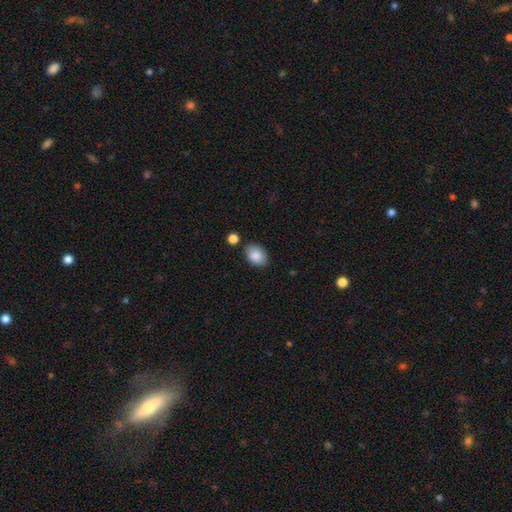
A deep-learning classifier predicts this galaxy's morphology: Smooth or featured?
  - smooth: 87% *
  - star or artifact: 7%
  - featured or disk: 6%
How rounded?
  - in between: 81% *
  - round: 18%
  - cigar-shaped: 1%
Merging?
  - none: 79% *
  - minor disturbance: 13%
  - merger: 5%
  - major disturbance: 3%